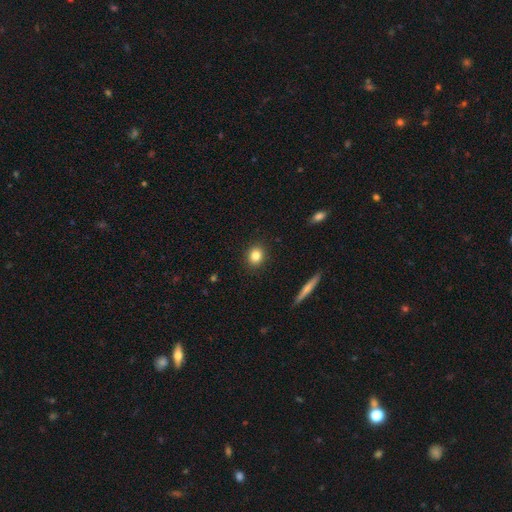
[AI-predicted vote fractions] Smooth or featured? smooth (83%)
How rounded? round (72%)
Merging? none (91%)